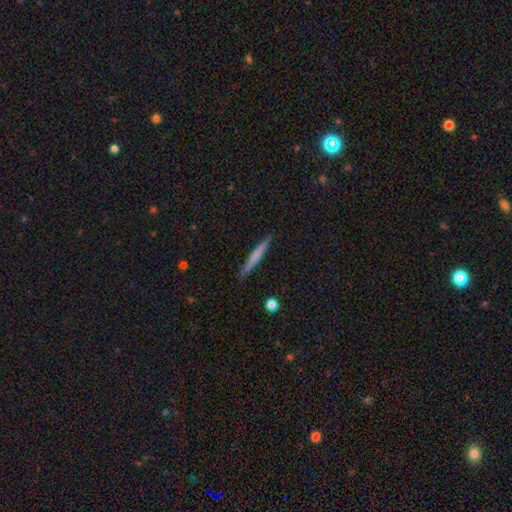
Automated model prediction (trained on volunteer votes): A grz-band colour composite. It shows a smooth galaxy with no disk features (67%) that is cigar-shaped (96%). Merging: none (90%).